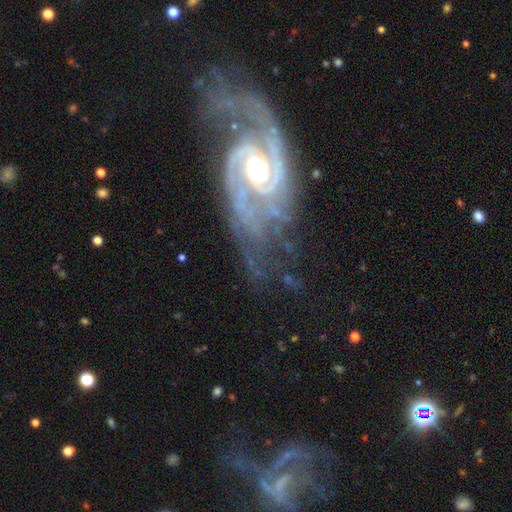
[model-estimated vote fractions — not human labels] smooth-or-featured: featured or disk: 91% | star or artifact: 5% | smooth: 4%
  disk-edge-on: no: 96% | yes: 4%
    bar: weak: 40% | no: 39% | strong: 21%
    has-spiral-arms: yes: 97% | no: 3%
      spiral-winding: medium: 47% | tight: 38% | loose: 15%
      spiral-arm-count: 2: 72% | 3: 9% | can't tell: 8% | 4: 4% | 1: 4% | more than 4: 4%
    bulge-size: moderate: 64% | small: 17% | large: 15% | none: 2% | dominant: 2%
  merging: none: 57% | minor disturbance: 22% | major disturbance: 18% | merger: 4%